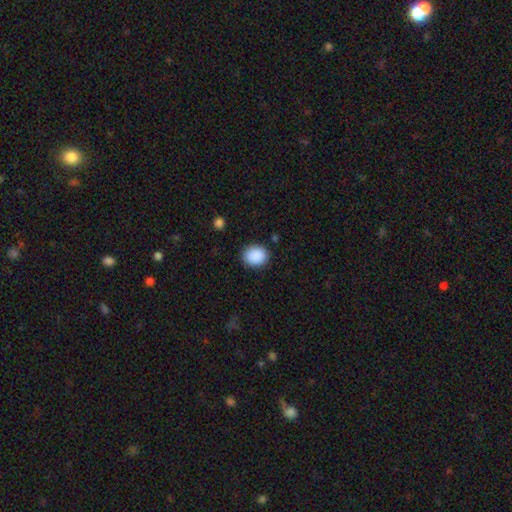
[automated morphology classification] A smooth galaxy with no disk features (89%) that is round (60%). Merging: none (86%).